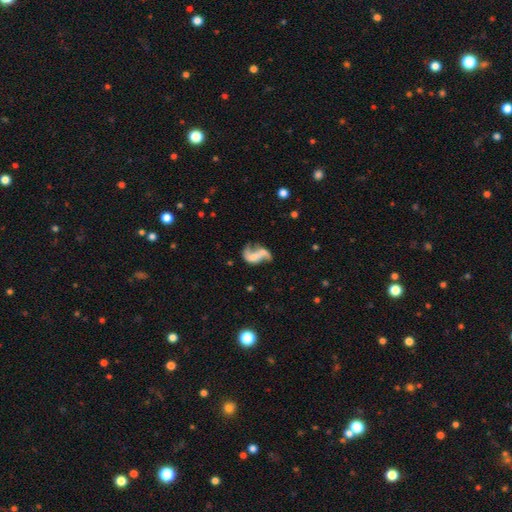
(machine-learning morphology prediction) Overall: featured or disk (70%). Edge-on disk: no (97%). Bar: no (51%; weak 32%). Spiral arms: yes (74%). Spiral arm count: 2 (80%). Spiral winding: loose (78%). Bulge size: none (37%; small 34%). Merging: none (31%; merger 30%).